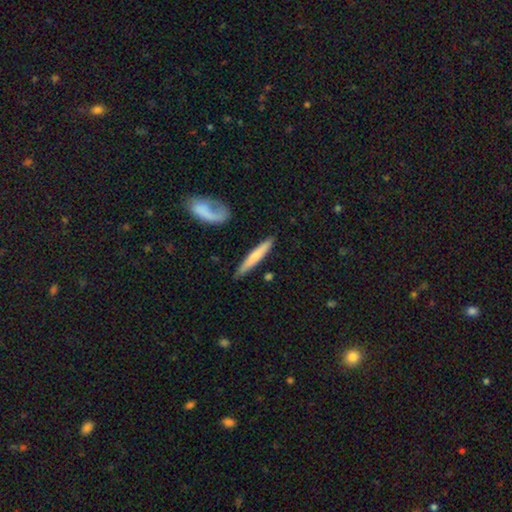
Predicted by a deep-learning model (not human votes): smooth_or_featured: smooth (p=0.63) [alt: featured or disk p=0.32]
how_rounded: cigar-shaped (p=0.93) [alt: in between p=0.05]
merging: none (p=0.86) [alt: minor disturbance p=0.09]